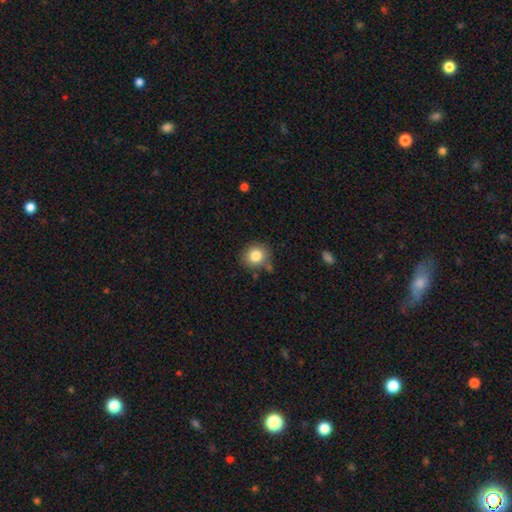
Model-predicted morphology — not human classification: Q: Smooth or featured?
A: smooth (83%); runner-up: star or artifact (10%)
Q: How rounded?
A: round (82%); runner-up: in between (17%)
Q: Merging?
A: none (79%); runner-up: minor disturbance (13%)